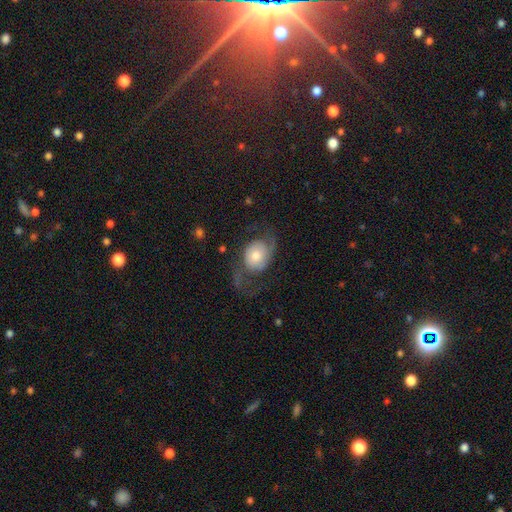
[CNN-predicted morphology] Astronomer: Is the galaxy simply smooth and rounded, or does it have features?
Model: featured or disk — 61%.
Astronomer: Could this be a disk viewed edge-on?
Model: no — 96%.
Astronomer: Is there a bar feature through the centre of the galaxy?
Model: no — 74%.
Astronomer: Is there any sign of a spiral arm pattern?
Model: yes — 85%.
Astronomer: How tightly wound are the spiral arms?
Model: loose — 57% (runner-up: medium, 33%).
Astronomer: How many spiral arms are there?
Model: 2 — 85%.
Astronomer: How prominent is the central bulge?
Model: moderate — 54%.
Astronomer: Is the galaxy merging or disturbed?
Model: none — 49% (runner-up: major disturbance, 29%).